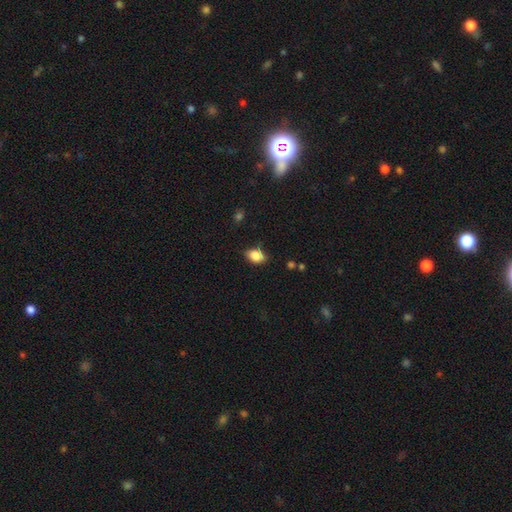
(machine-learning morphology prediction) Q: Smooth or featured?
A: smooth (83%); runner-up: featured or disk (9%)
Q: How rounded?
A: in between (83%); runner-up: round (15%)
Q: Merging?
A: none (78%); runner-up: minor disturbance (17%)